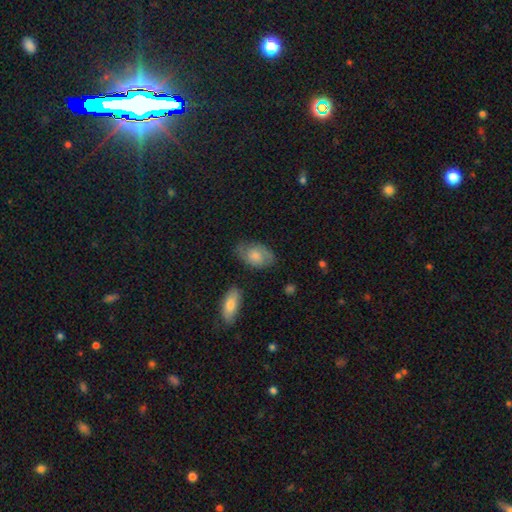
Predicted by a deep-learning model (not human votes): smooth-or-featured: smooth: 59% | featured or disk: 35% | star or artifact: 6%
  how-rounded: in between: 87% | round: 11% | cigar-shaped: 2%
  merging: none: 69% | minor disturbance: 22% | major disturbance: 6% | merger: 3%